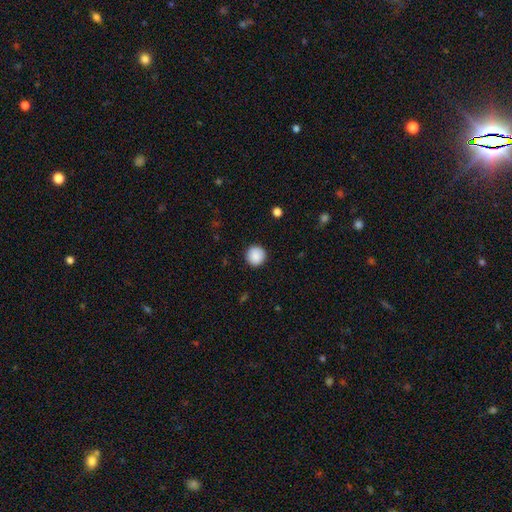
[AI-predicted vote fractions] smooth-or-featured: smooth: 89% | star or artifact: 8% | featured or disk: 3%
  how-rounded: round: 95% | in between: 4% | cigar-shaped: 1%
  merging: none: 92% | minor disturbance: 6% | major disturbance: 2% | merger: 1%